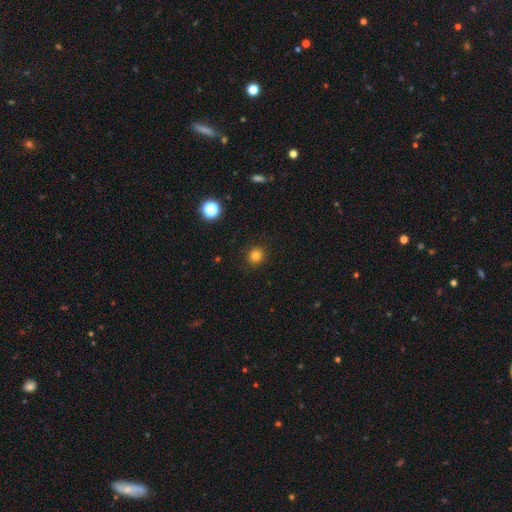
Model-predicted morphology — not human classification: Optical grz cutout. It shows a smooth galaxy with no disk features (81%) that is round (89%). Merging: none (91%).